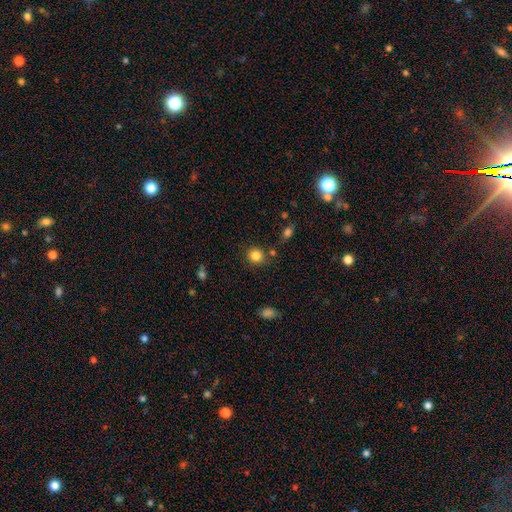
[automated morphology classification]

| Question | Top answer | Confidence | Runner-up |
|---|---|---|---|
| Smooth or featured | smooth | 84% | star or artifact (11%) |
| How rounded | round | 86% | in between (13%) |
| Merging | none | 81% | minor disturbance (9%) |